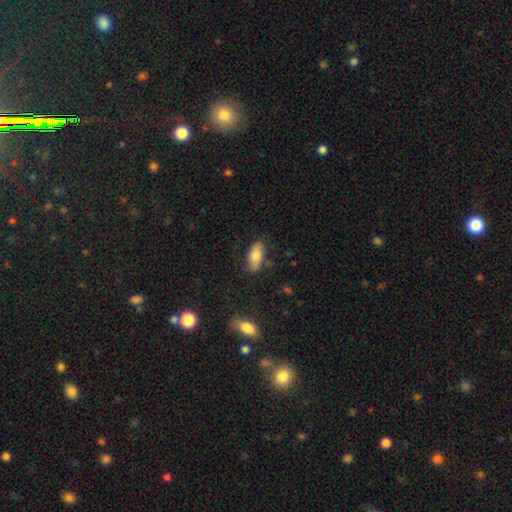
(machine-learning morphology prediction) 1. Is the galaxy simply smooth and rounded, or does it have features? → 75% smooth, 18% featured or disk, 7% star or artifact.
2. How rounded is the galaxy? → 87% in between, 10% cigar-shaped, 3% round.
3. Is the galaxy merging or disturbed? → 79% none, 16% minor disturbance, 3% major disturbance, 2% merger.